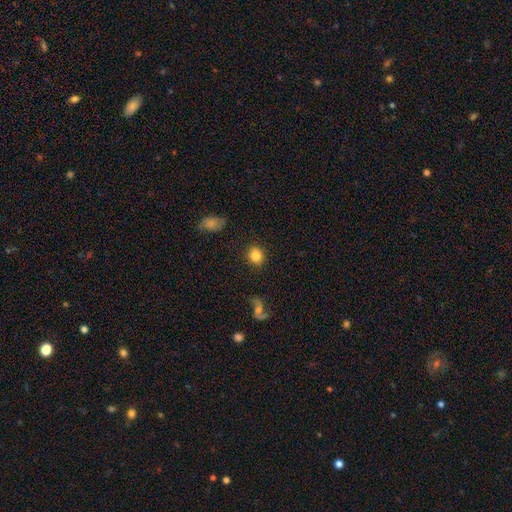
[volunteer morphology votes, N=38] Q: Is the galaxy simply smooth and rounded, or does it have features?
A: smooth — 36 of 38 (95%).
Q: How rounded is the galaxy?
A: round — 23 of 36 (64%).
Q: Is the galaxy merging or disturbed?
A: none — 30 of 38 (79%).